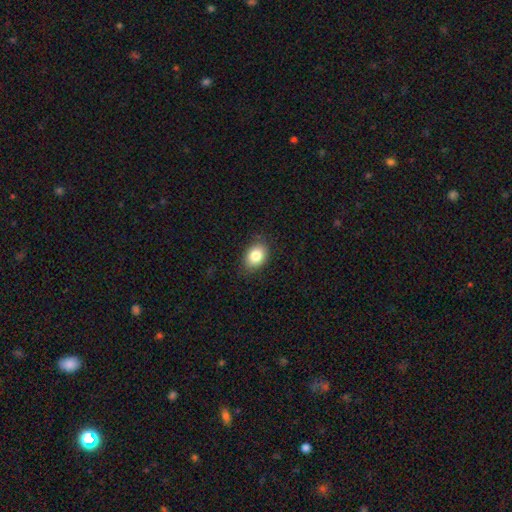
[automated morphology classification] This appears to be a smooth galaxy with no disk features (84%) that is in between round and cigar-shaped (70%). Merging: none (83%).